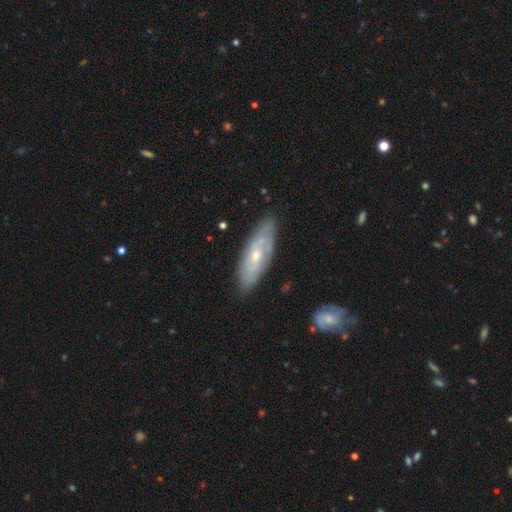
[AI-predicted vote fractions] Smooth or featured? Predicted: featured or disk (p=0.65). Edge-on disk? Predicted: no (p=0.79). Bar? Predicted: no (p=0.64). Spiral arms? Predicted: yes (p=0.72). Bulge size? Predicted: small (p=0.50). Merging? Predicted: none (p=0.77).